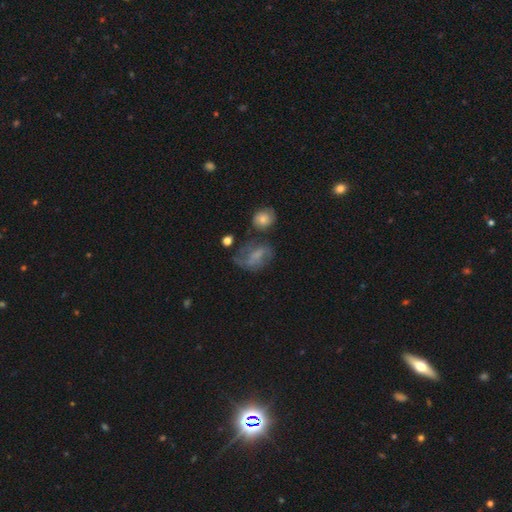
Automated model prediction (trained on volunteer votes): Morphology: type=featured or disk (50%); merging=none (43%).